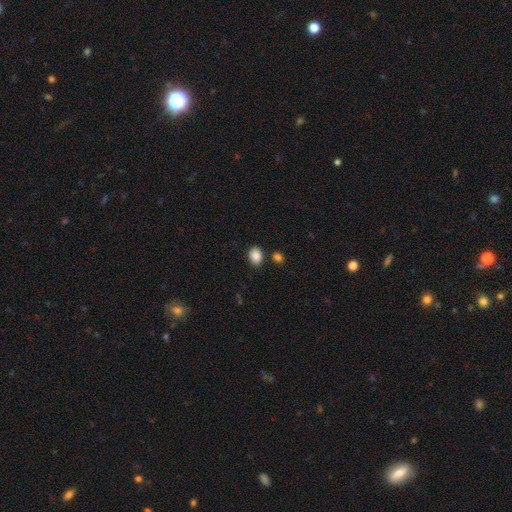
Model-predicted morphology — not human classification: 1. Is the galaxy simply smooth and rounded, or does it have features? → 87% smooth, 9% star or artifact, 4% featured or disk.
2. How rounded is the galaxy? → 62% in between, 37% round, 1% cigar-shaped.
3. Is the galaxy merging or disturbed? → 80% none, 11% minor disturbance, 6% merger, 3% major disturbance.